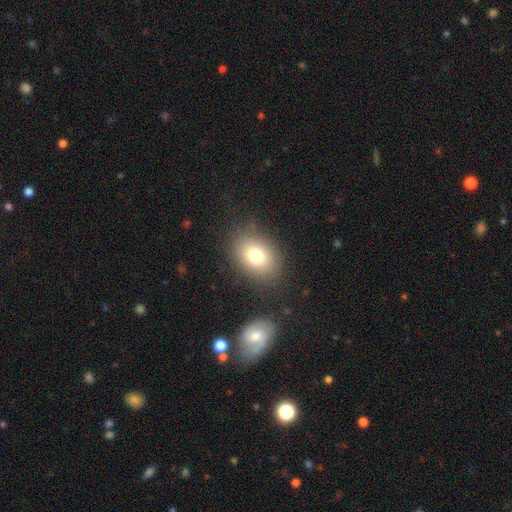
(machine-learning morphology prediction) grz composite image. It shows a smooth galaxy with no disk features (77%) that is in between round and cigar-shaped (70%). Merging: none (83%).